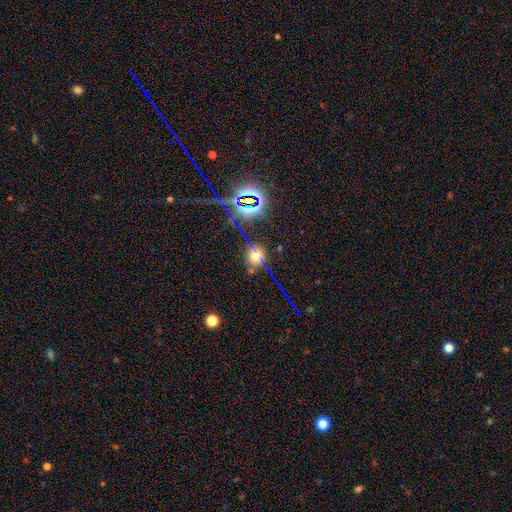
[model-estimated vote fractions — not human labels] Morphology: type=star or artifact (44%).